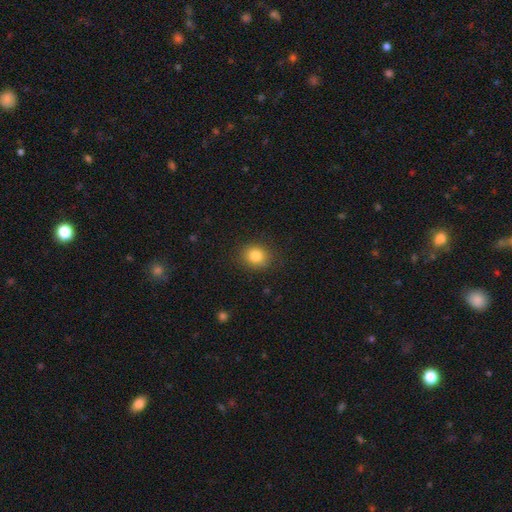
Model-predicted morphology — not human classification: Smooth or featured: smooth — 82% (star or artifact — 11%)
How rounded: round — 70% (in between — 29%)
Merging: none — 87% (minor disturbance — 9%)